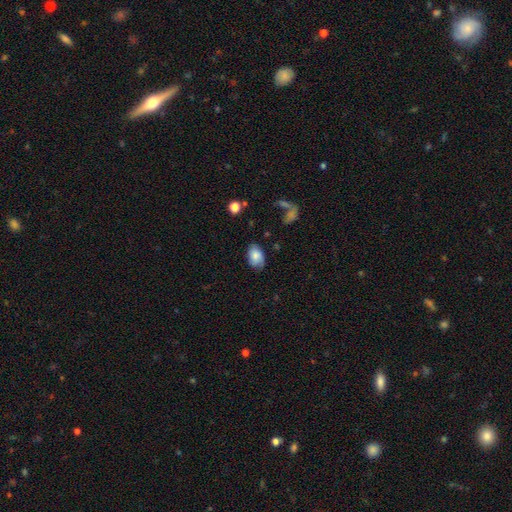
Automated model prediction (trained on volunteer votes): smooth-or-featured: smooth: 74% | featured or disk: 18% | star or artifact: 8%
  how-rounded: in between: 87% | round: 12% | cigar-shaped: 1%
  merging: none: 67% | minor disturbance: 24% | major disturbance: 7% | merger: 2%